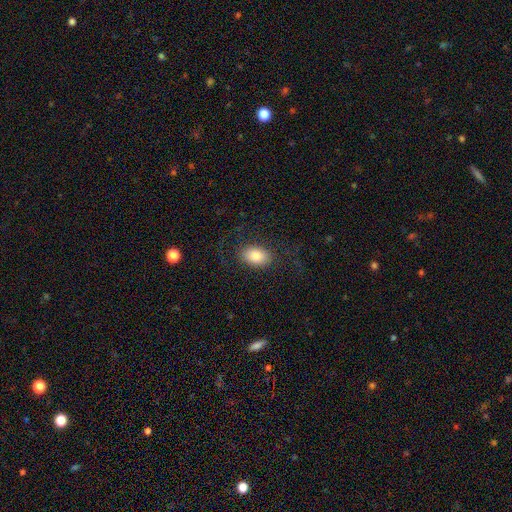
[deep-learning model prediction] Q: Smooth or featured?
A: smooth (81%); runner-up: featured or disk (12%)
Q: How rounded?
A: in between (87%); runner-up: round (12%)
Q: Merging?
A: none (80%); runner-up: minor disturbance (11%)